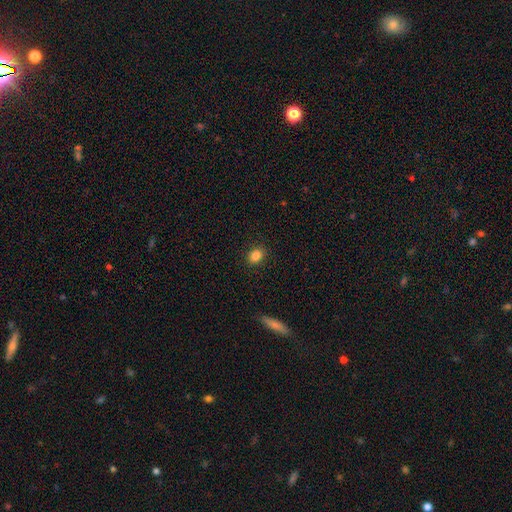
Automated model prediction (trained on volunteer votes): Smooth or featured? Predicted: smooth (p=0.85). How rounded? Predicted: in between (p=0.58). Merging? Predicted: none (p=0.90).